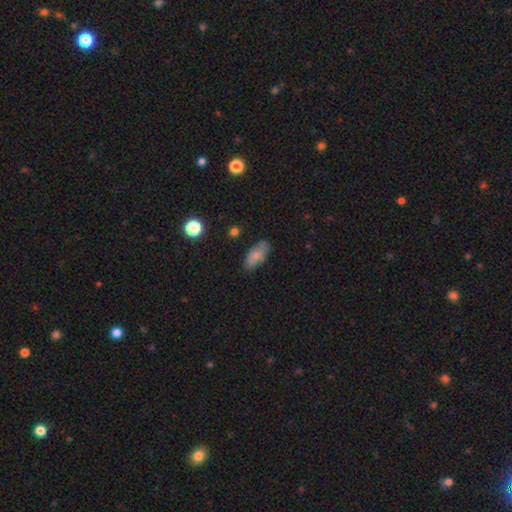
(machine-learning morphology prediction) This is likely a smooth galaxy (76%). How rounded: clearly in between (89%). Merging: likely none (75%).